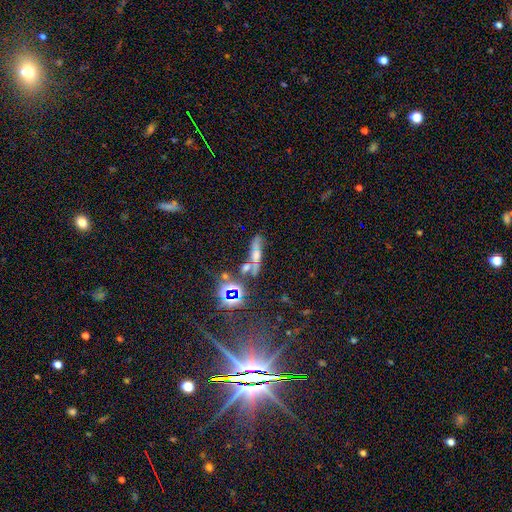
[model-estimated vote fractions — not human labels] smooth_or_featured: smooth (p=0.45) [alt: star or artifact p=0.28]
merging: none (p=0.45) [alt: merger p=0.29]